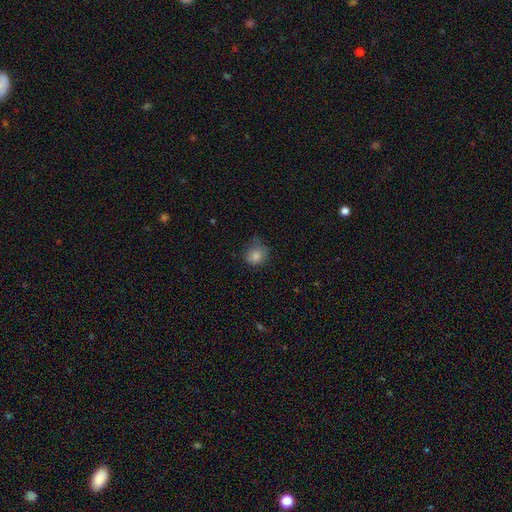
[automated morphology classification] A smooth galaxy with no disk features (80%) that is round (76%).

Vote fractions:
- Smooth or featured? smooth: 80% / star or artifact: 12% / featured or disk: 8%
- How rounded? round: 76% / in between: 23% / cigar-shaped: 1%
- Merging? none: 64% / minor disturbance: 27% / major disturbance: 8% / merger: 2%